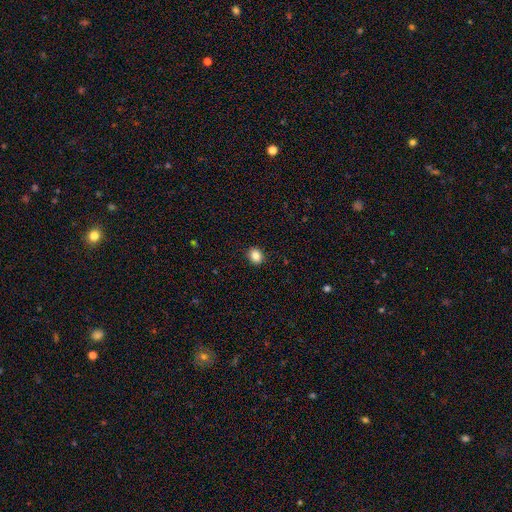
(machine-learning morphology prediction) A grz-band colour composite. It shows a smooth galaxy with no disk features (85%) that is round (65%). Merging: none (90%).